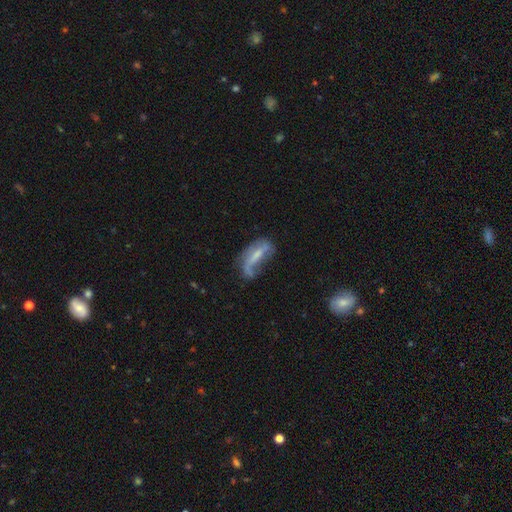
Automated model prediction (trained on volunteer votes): smooth-or-featured: featured or disk: 56% | smooth: 35% | star or artifact: 8%
  disk-edge-on: no: 87% | yes: 13%
  merging: major disturbance: 36% | none: 32% | minor disturbance: 27% | merger: 5%